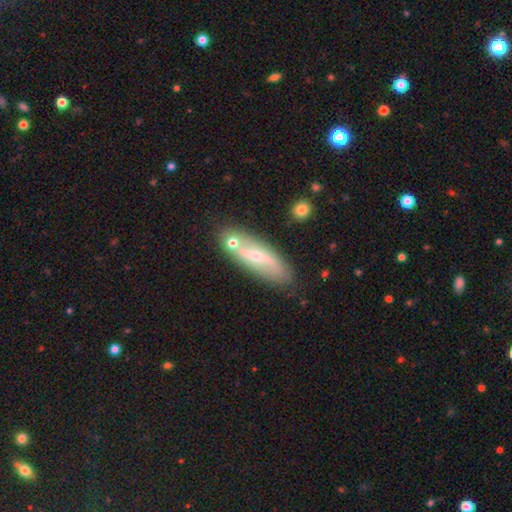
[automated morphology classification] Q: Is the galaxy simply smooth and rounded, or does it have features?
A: featured or disk — 56%.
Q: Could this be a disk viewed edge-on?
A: no — 69%.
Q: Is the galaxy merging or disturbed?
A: none — 71%.